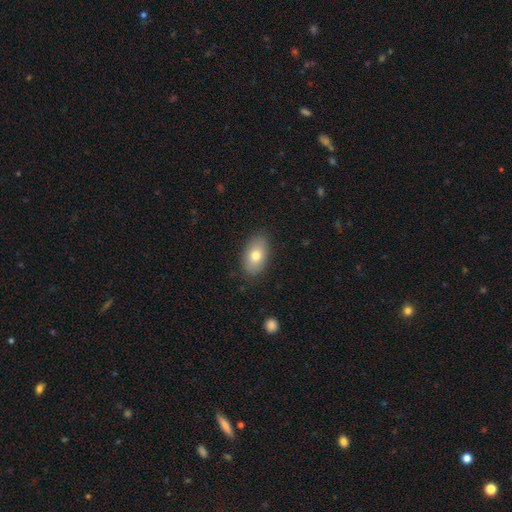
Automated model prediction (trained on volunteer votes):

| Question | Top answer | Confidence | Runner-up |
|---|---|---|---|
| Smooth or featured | smooth | 75% | featured or disk (17%) |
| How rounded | in between | 89% | round (9%) |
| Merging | none | 85% | minor disturbance (11%) |